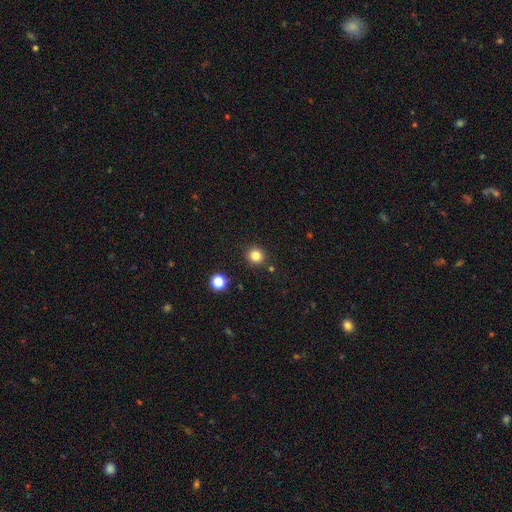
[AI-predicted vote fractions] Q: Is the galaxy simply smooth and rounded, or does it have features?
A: smooth — 82%.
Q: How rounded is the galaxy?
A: round — 92%.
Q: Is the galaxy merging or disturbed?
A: none — 90%.